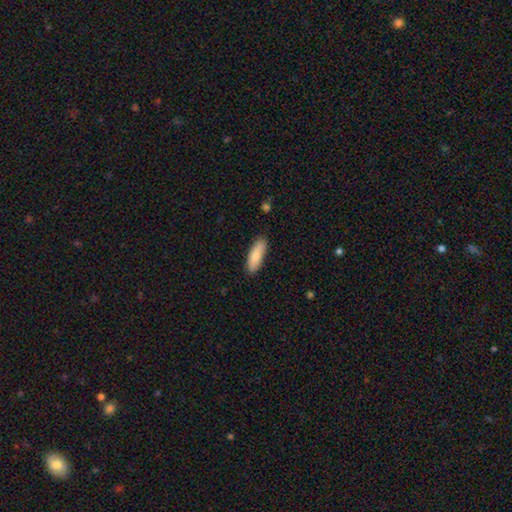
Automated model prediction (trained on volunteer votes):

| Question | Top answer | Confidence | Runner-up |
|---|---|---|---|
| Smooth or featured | smooth | 83% | featured or disk (11%) |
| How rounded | in between | 60% | cigar-shaped (38%) |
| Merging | none | 84% | minor disturbance (13%) |